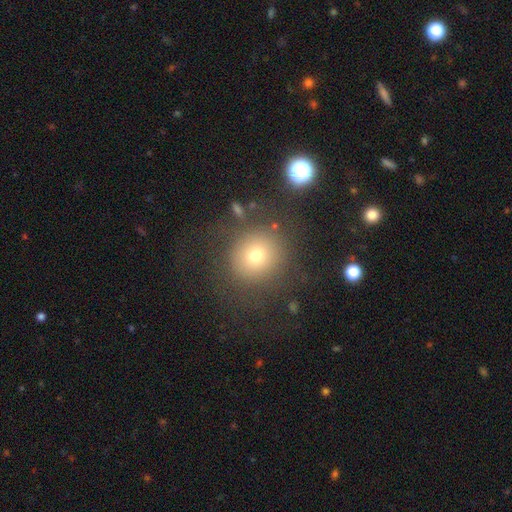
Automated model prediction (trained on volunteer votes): Smooth or featured? smooth (70%)
How rounded? round (91%)
Merging? none (78%)